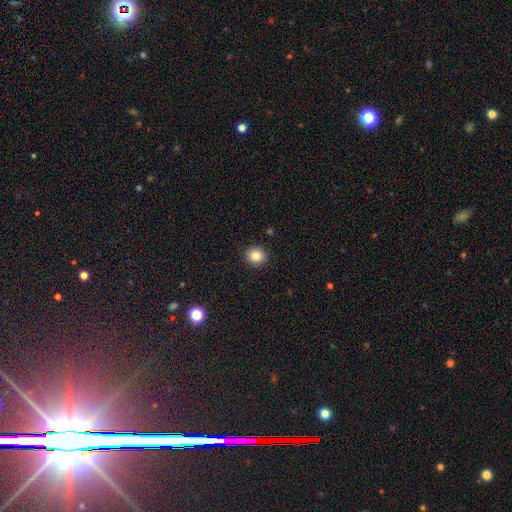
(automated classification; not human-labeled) Q: Smooth or featured?
A: smooth (85%); runner-up: star or artifact (10%)
Q: How rounded?
A: round (83%); runner-up: in between (16%)
Q: Merging?
A: none (91%); runner-up: minor disturbance (6%)